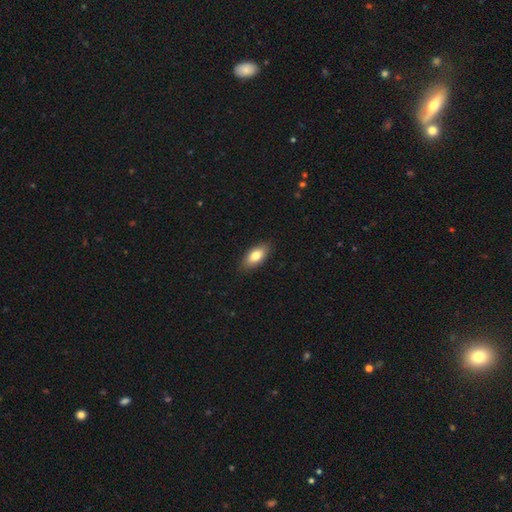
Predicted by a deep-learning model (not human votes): This is likely a smooth galaxy (79%). How rounded: clearly in between (89%). Merging: clearly none (87%).